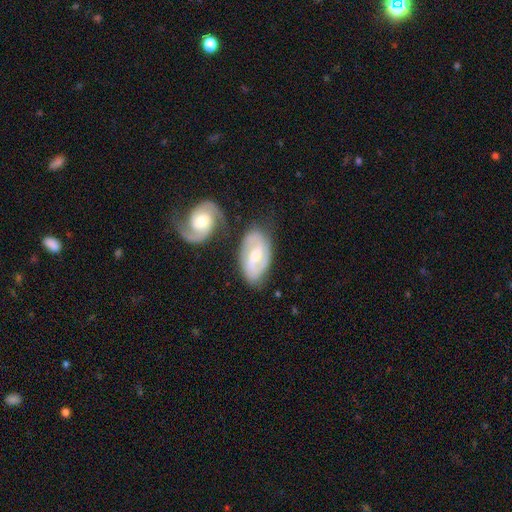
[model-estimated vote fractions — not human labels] Smooth or featured? Predicted: featured or disk (p=0.76). Edge-on disk? Predicted: no (p=0.95). Bar? Predicted: weak (p=0.51). Spiral arms? Predicted: yes (p=0.93). Spiral winding? Predicted: medium (p=0.50). Spiral arm count? Predicted: 2 (p=0.84). Bulge size? Predicted: moderate (p=0.57). Merging? Predicted: none (p=0.64).